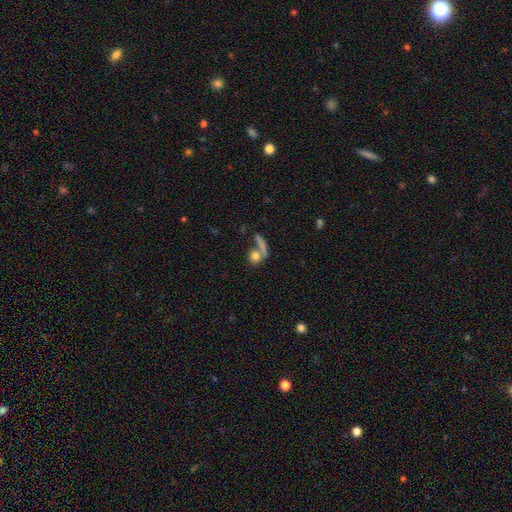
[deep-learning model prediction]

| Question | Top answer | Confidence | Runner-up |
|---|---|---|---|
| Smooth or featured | smooth | 73% | featured or disk (16%) |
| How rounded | round | 65% | in between (26%) |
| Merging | none | 45% | merger (35%) |